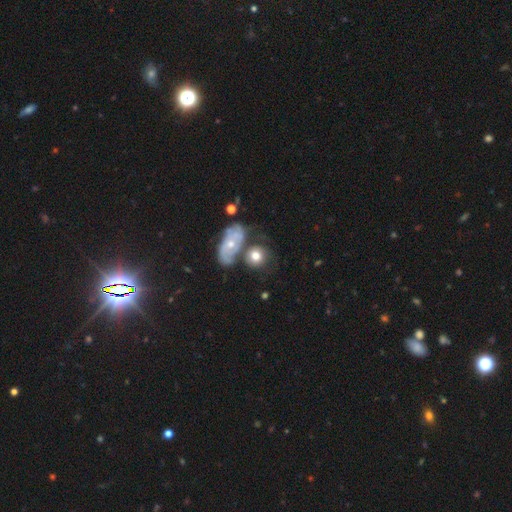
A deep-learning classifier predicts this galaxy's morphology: Smooth or featured? smooth (64%)
How rounded? round (76%)
Merging? none (50%)